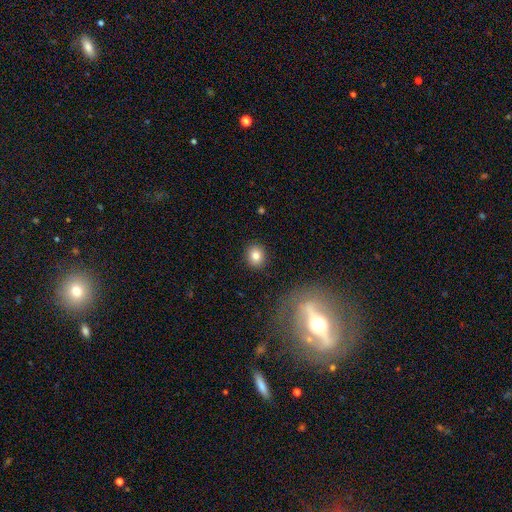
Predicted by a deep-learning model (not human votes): Q: Smooth or featured?
A: smooth (83%); runner-up: star or artifact (10%)
Q: How rounded?
A: round (74%); runner-up: in between (25%)
Q: Merging?
A: none (90%); runner-up: minor disturbance (7%)